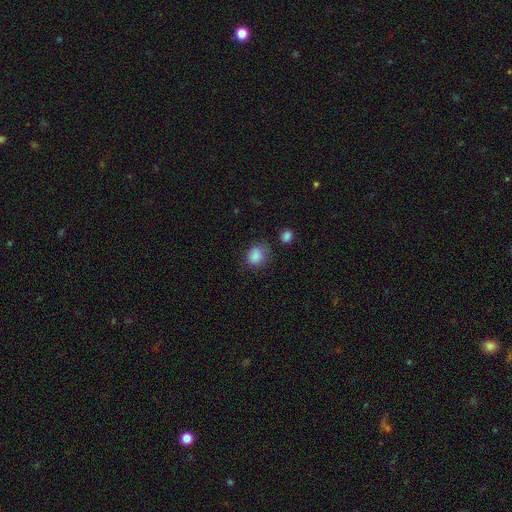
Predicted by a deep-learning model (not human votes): smooth-or-featured: smooth: 85% | star or artifact: 10% | featured or disk: 5%
  how-rounded: round: 59% | in between: 40% | cigar-shaped: 1%
  merging: none: 61% | minor disturbance: 26% | major disturbance: 9% | merger: 4%